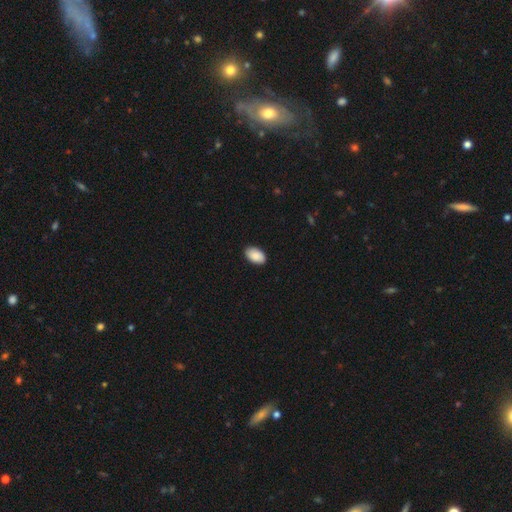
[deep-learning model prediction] Smooth or featured? smooth (89%)
How rounded? in between (94%)
Merging? none (89%)